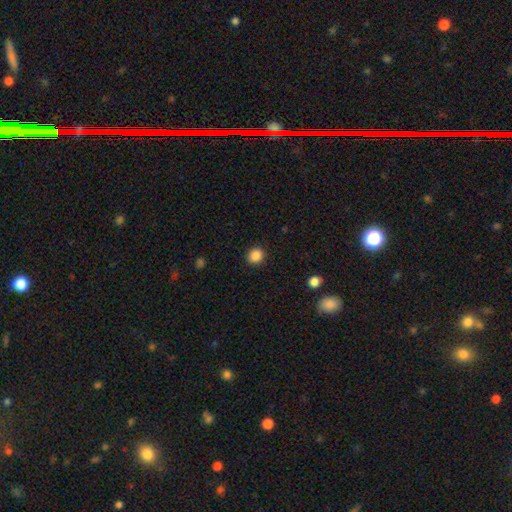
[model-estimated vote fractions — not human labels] Smooth or featured?
  - smooth: 87% *
  - star or artifact: 10%
  - featured or disk: 3%
How rounded?
  - round: 83% *
  - in between: 16%
  - cigar-shaped: 1%
Merging?
  - none: 91% *
  - minor disturbance: 6%
  - major disturbance: 2%
  - merger: 1%